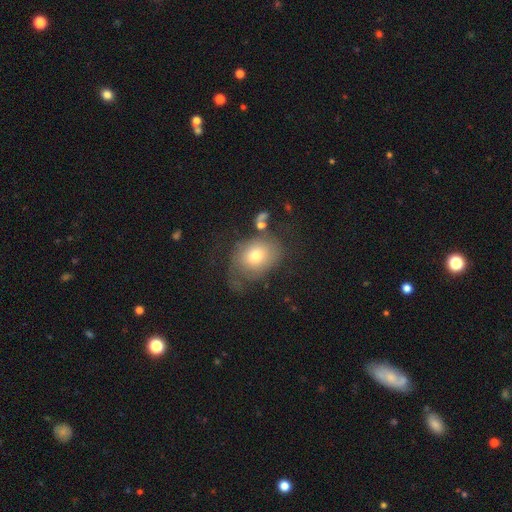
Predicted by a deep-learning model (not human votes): smooth_or_featured: smooth (p=0.61) [alt: featured or disk p=0.28]
how_rounded: in between (p=0.58) [alt: round p=0.41]
merging: none (p=0.45) [alt: minor disturbance p=0.26]